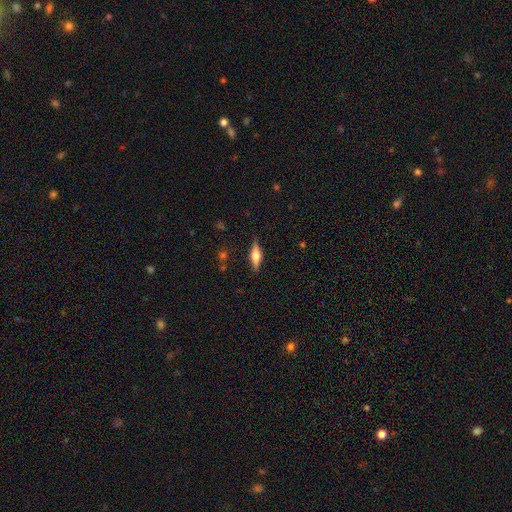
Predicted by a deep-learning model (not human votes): Overall: featured or disk (60%; smooth 33%). Edge-on disk: yes (95%). Edge-on bulge: rounded (91%). Merging: none (85%).